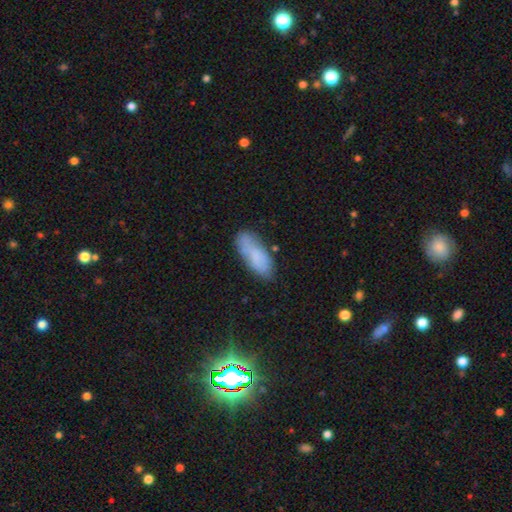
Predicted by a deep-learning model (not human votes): Overall: smooth (73%). How rounded: in between (73%). Merging: none (64%; minor disturbance 24%).